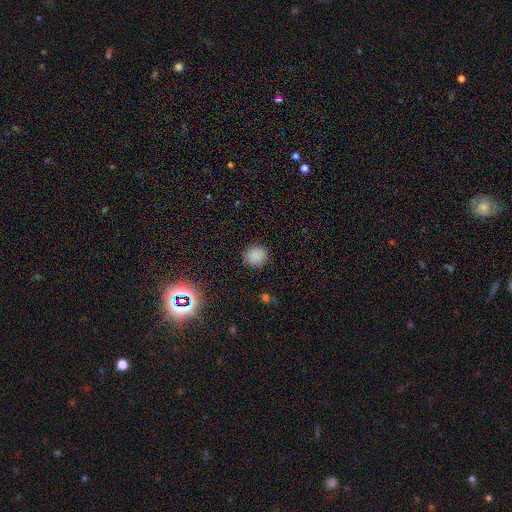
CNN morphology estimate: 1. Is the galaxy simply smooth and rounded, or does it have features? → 84% smooth, 12% star or artifact, 3% featured or disk.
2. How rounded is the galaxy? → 87% round, 12% in between, 1% cigar-shaped.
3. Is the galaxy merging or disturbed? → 89% none, 8% minor disturbance, 2% major disturbance, 1% merger.